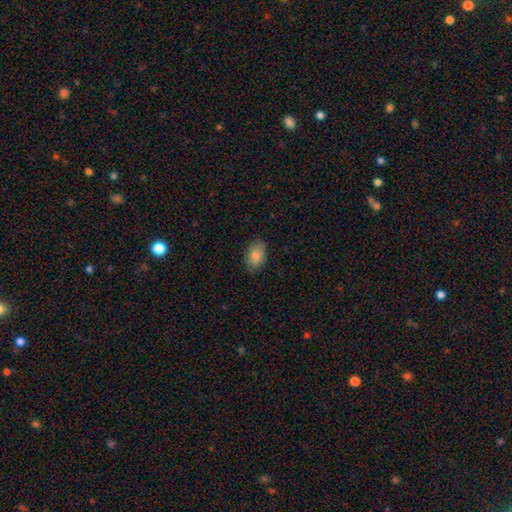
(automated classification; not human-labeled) Overall: smooth (85%). How rounded: in between (88%). Merging: none (81%).